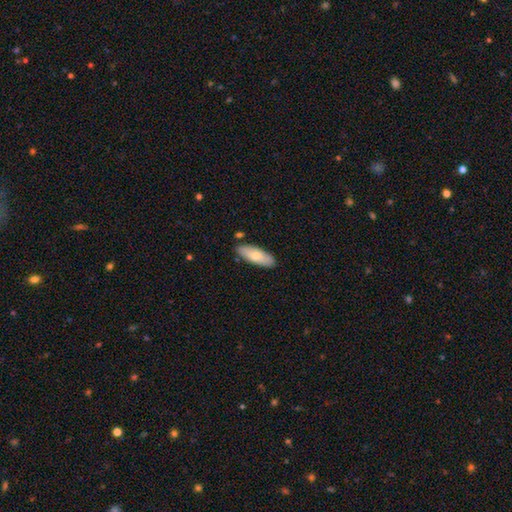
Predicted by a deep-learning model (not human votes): A smooth galaxy with no disk features (74%) that is in between round and cigar-shaped (67%). Merging: none (85%).